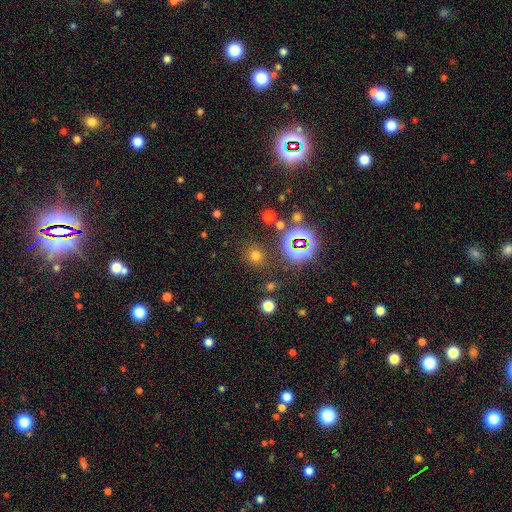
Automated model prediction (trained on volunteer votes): Overall: smooth (63%; star or artifact 30%). How rounded: round (85%). Merging: none (84%).